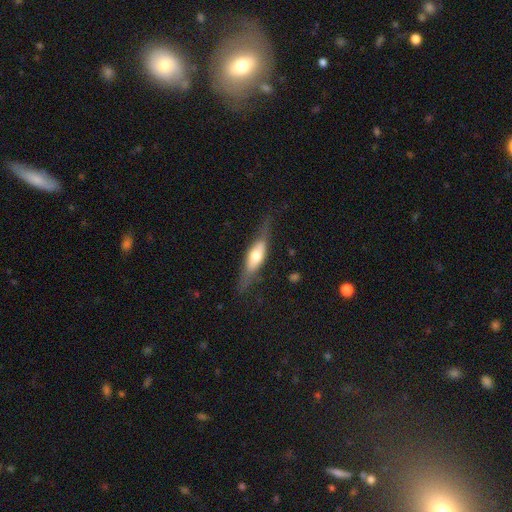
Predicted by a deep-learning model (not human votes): featured or disk 55%, smooth 39%, star or artifact 6%. Down the decision tree: edge-on disk — yes (81%); merging — none (67%).